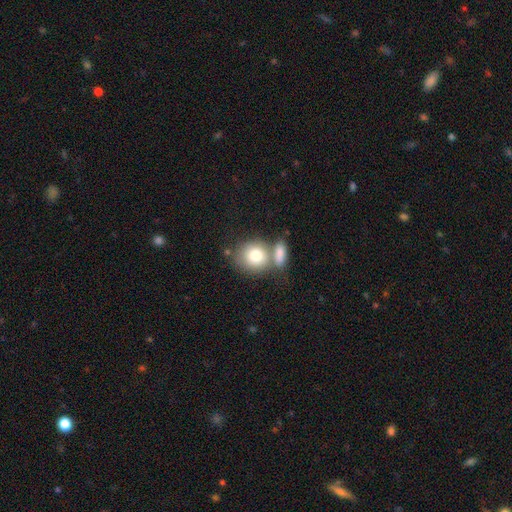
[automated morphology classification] This appears to be a smooth galaxy with no disk features (79%) that is round (72%). Merging: none (44%).